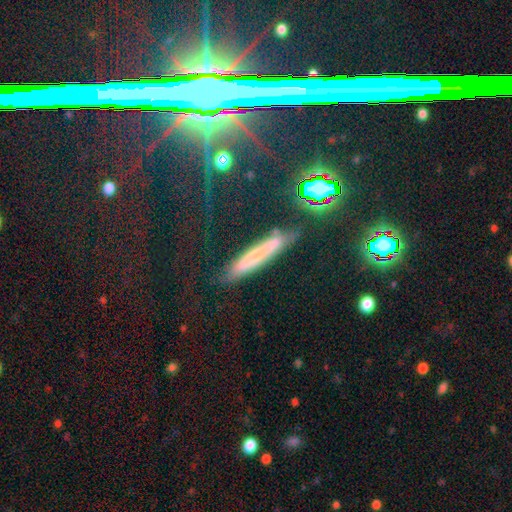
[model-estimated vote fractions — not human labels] Morphology: type=smooth (51%); roundness=cigar-shaped (91%); merging=none (76%).